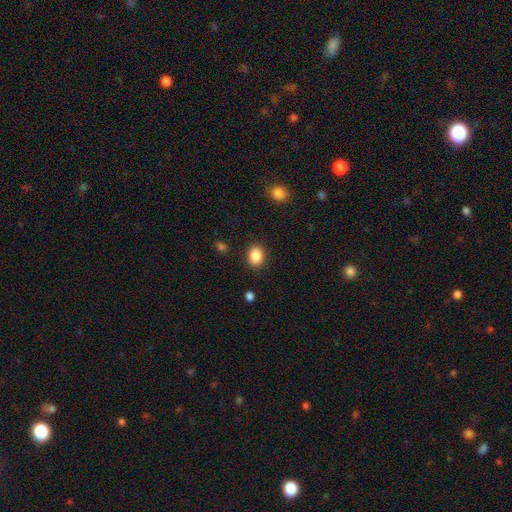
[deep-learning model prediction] Smooth or featured? smooth (87%)
How rounded? in between (61%)
Merging? none (88%)